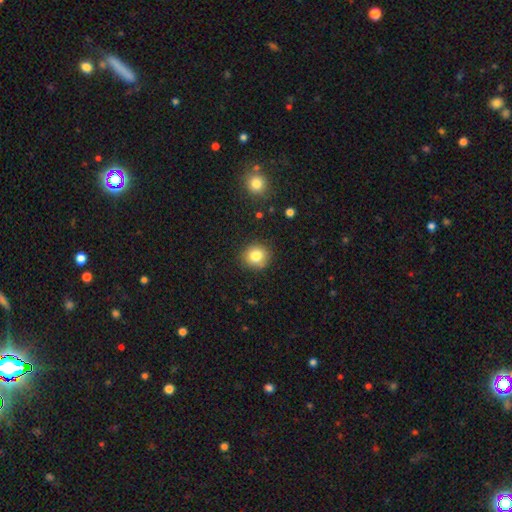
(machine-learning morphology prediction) smooth-or-featured: smooth: 81% | star or artifact: 11% | featured or disk: 8%
  how-rounded: round: 86% | in between: 13% | cigar-shaped: 1%
  merging: none: 88% | minor disturbance: 8% | major disturbance: 2% | merger: 2%